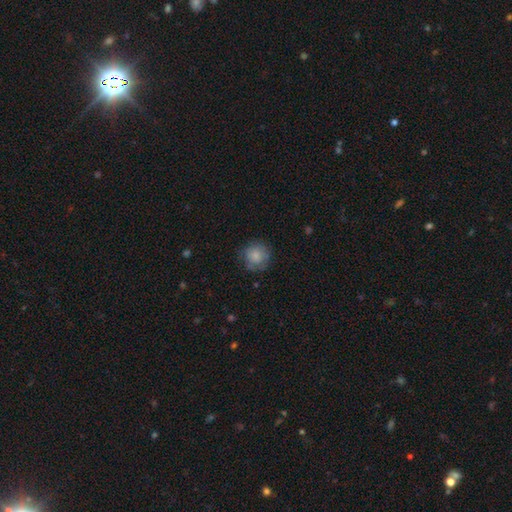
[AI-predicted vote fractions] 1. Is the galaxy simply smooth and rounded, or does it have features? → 80% smooth, 12% featured or disk, 8% star or artifact.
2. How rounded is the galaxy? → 91% round, 8% in between, 1% cigar-shaped.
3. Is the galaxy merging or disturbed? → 75% none, 17% minor disturbance, 6% major disturbance, 1% merger.